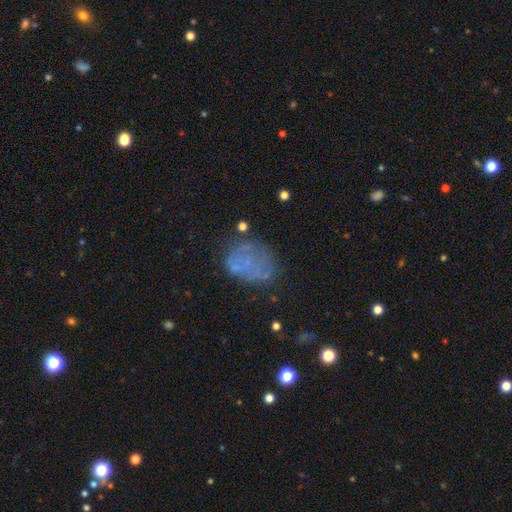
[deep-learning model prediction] A smooth galaxy with no disk features (46%). Merging: none (58%).